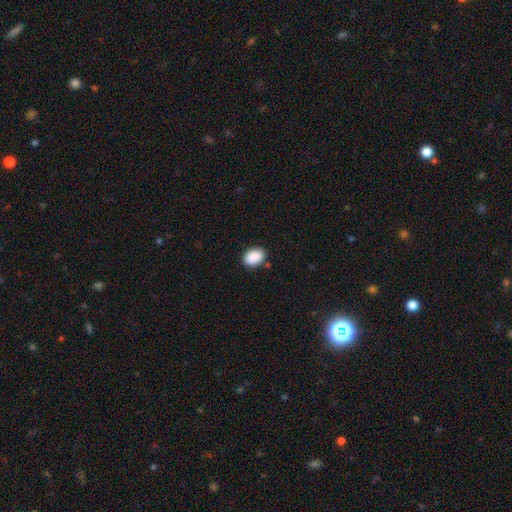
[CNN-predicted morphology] smooth-or-featured: smooth: 90% | star or artifact: 7% | featured or disk: 3%
  how-rounded: in between: 84% | round: 15% | cigar-shaped: 1%
  merging: none: 83% | minor disturbance: 12% | major disturbance: 2% | merger: 2%